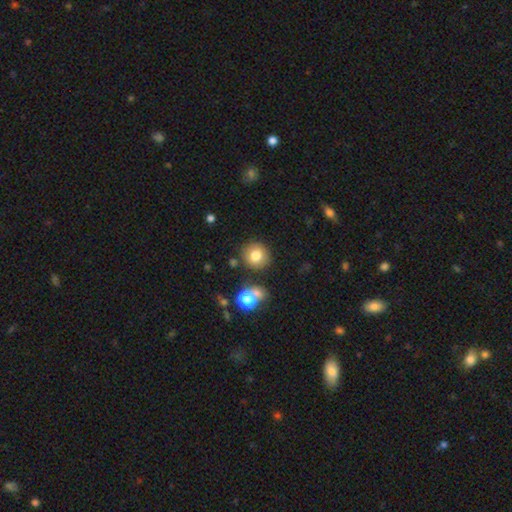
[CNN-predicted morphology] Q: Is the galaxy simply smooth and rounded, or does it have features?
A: smooth — 78%.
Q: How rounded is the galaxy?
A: round — 91%.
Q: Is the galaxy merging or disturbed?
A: none — 83%.